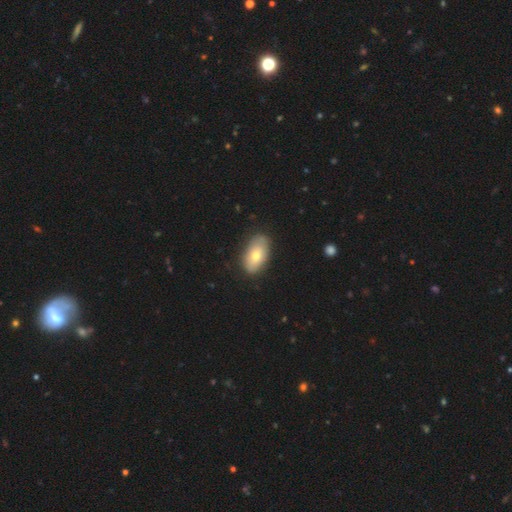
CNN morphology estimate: Q: Smooth or featured?
A: smooth (68%); runner-up: featured or disk (26%)
Q: How rounded?
A: in between (93%); runner-up: round (5%)
Q: Merging?
A: none (82%); runner-up: minor disturbance (14%)